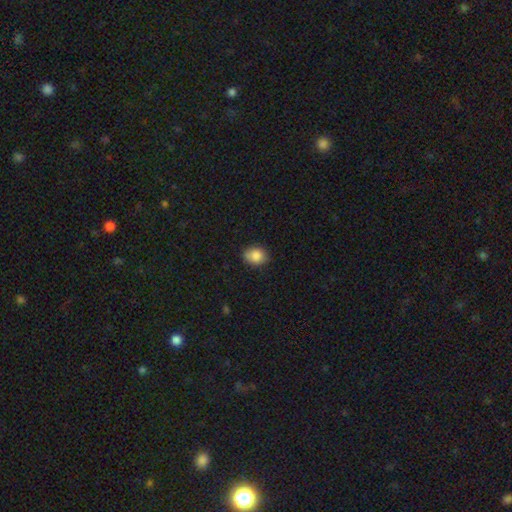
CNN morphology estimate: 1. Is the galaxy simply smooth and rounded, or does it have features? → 86% smooth, 8% star or artifact, 6% featured or disk.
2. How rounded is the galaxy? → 50% in between, 49% round, 1% cigar-shaped.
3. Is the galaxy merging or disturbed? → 80% none, 17% minor disturbance, 3% major disturbance, 1% merger.